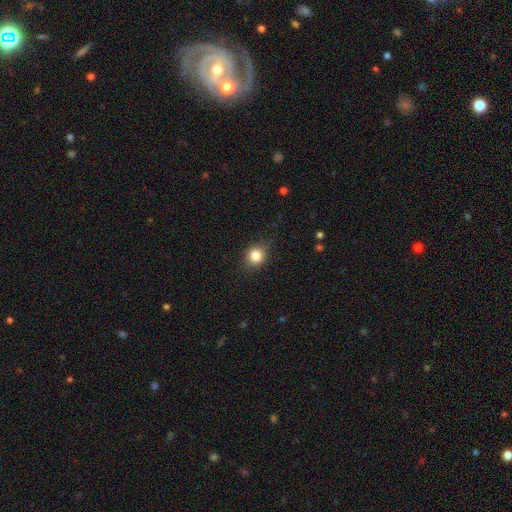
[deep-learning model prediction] Morphology: type=smooth (81%); roundness=round (72%); merging=none (79%).